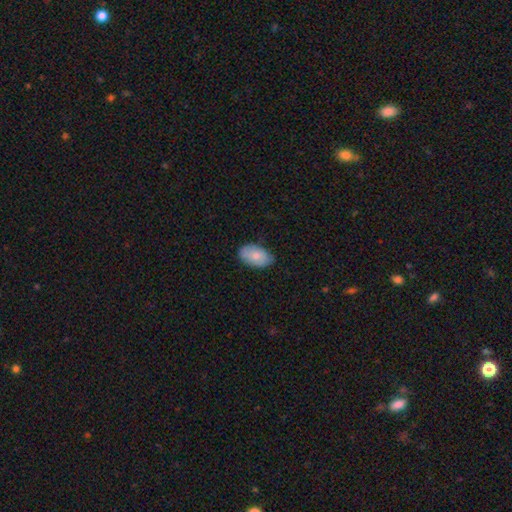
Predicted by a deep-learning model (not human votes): The model was most divided on "merging": none: 78%, minor disturbance: 18%, major disturbance: 3%, merger: 1%. More confident: how rounded — in between (93%); smooth or featured — smooth (78%).